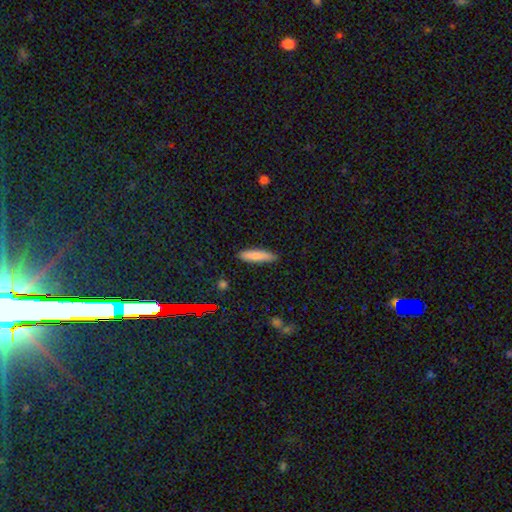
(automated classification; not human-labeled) smooth_or_featured: smooth (p=0.84) [alt: featured or disk p=0.09]
how_rounded: cigar-shaped (p=0.80) [alt: in between p=0.18]
merging: none (p=0.85) [alt: minor disturbance p=0.12]